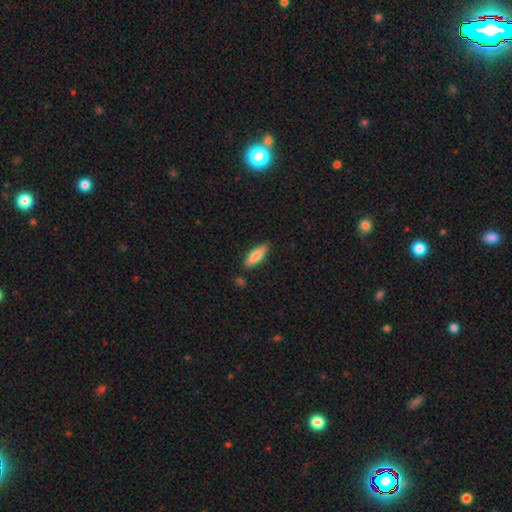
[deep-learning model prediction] The model was most divided on "how rounded": cigar-shaped: 50%, in between: 48%, round: 2%. More confident: merging — none (84%); smooth or featured — smooth (79%).